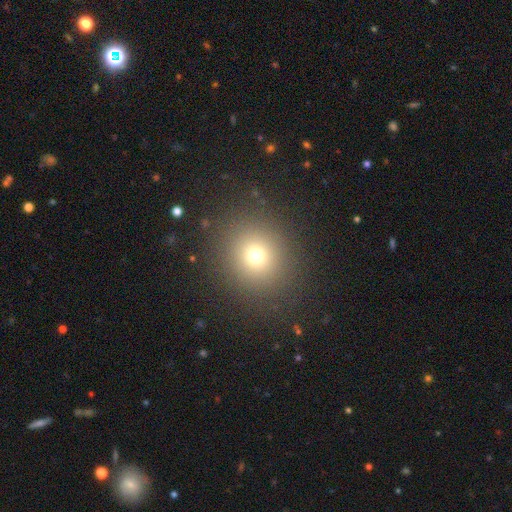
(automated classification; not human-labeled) This is likely a smooth galaxy (71%). How rounded: clearly round (87%). Merging: clearly none (88%).